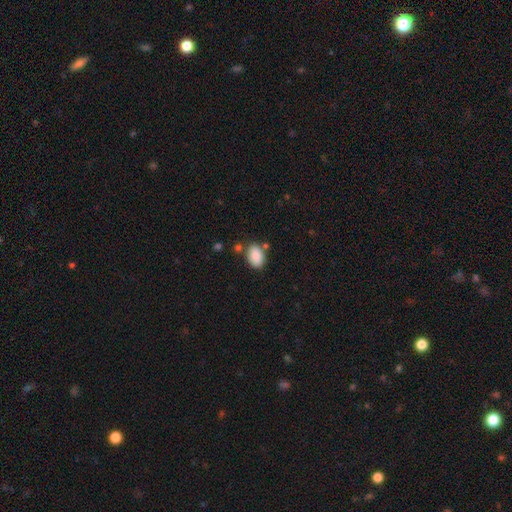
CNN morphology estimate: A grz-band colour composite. It shows a smooth galaxy with no disk features (87%) that is in between round and cigar-shaped (87%). Merging: none (74%).